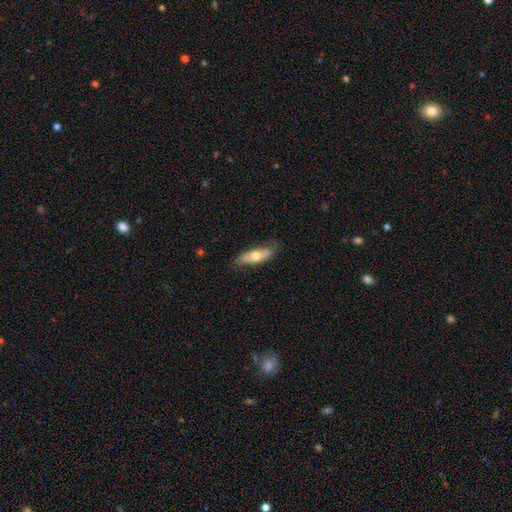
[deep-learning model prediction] A smooth galaxy with no disk features (55%) that is in between round and cigar-shaped (60%). Merging: none (74%).